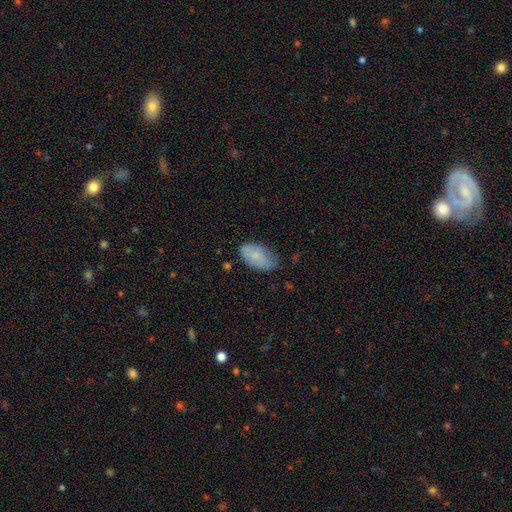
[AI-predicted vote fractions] smooth_or_featured: smooth (p=0.73) [alt: featured or disk p=0.20]
how_rounded: in between (p=0.94) [alt: round p=0.04]
merging: none (p=0.70) [alt: minor disturbance p=0.24]